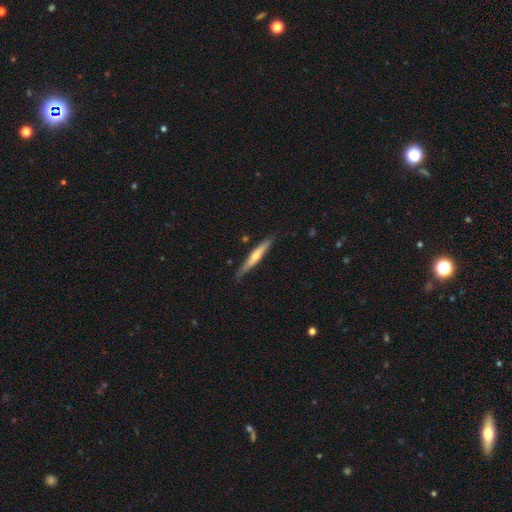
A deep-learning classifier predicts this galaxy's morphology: Overall: featured or disk (51%; smooth 44%). Edge-on disk: yes (94%). Merging: none (78%).